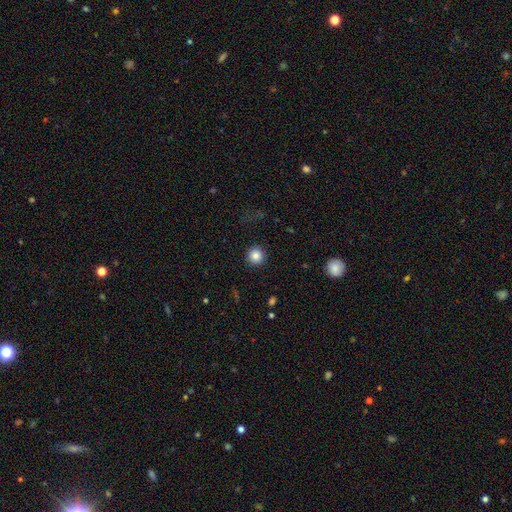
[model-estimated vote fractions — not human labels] A smooth galaxy with no disk features (85%) that is round (95%).

Vote fractions:
- Smooth or featured? smooth: 85% / star or artifact: 10% / featured or disk: 5%
- How rounded? round: 95% / in between: 4% / cigar-shaped: 1%
- Merging? none: 91% / minor disturbance: 6% / major disturbance: 2% / merger: 1%